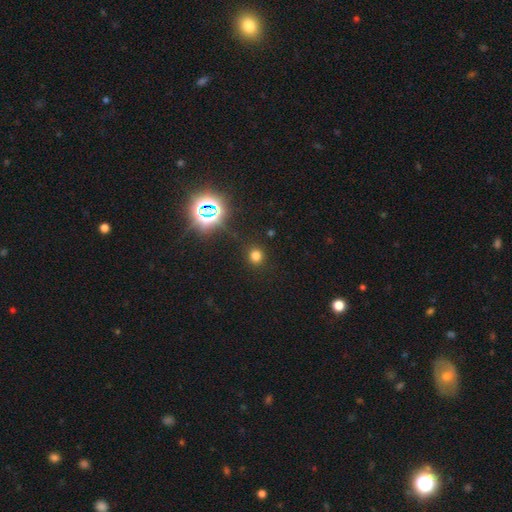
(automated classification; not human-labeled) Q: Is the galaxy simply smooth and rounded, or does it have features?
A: smooth — 72%.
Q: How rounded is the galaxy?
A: round — 88%.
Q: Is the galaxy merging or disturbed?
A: none — 88%.